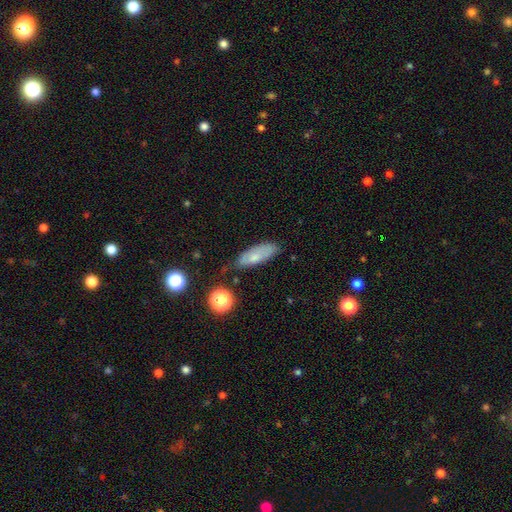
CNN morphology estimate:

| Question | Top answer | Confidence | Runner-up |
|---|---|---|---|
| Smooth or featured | smooth | 67% | featured or disk (23%) |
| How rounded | in between | 60% | cigar-shaped (37%) |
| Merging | none | 61% | minor disturbance (28%) |